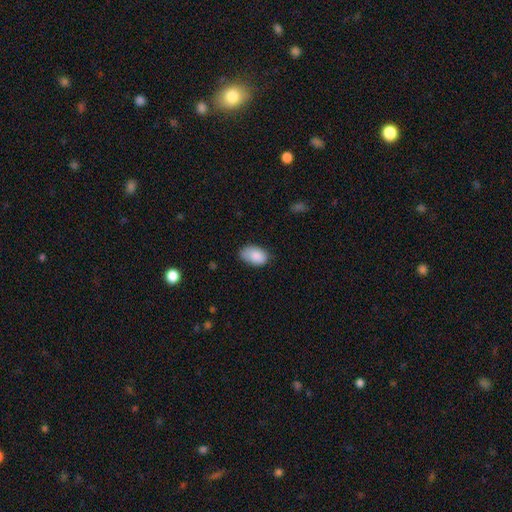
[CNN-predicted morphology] A smooth galaxy with no disk features (87%) that is in between round and cigar-shaped (91%). Merging: none (66%).